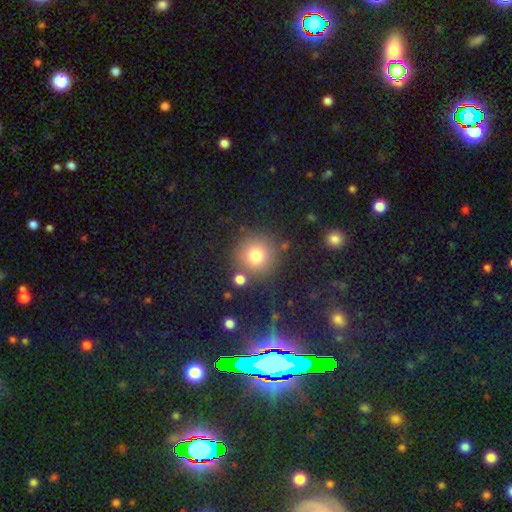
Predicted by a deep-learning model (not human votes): smooth 77%, star or artifact 14%, featured or disk 9%. Down the decision tree: how rounded — round (93%); merging — none (79%).